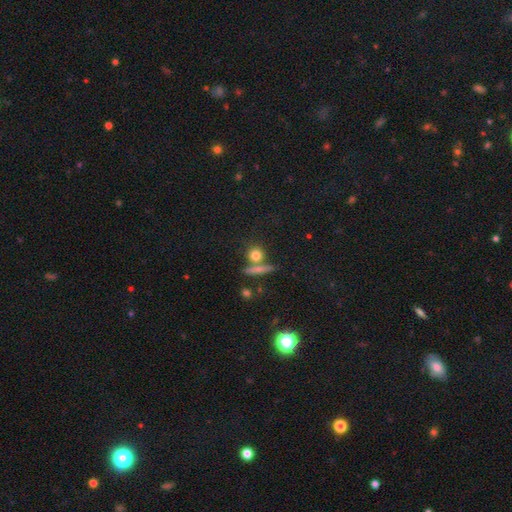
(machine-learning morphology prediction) This is likely a smooth galaxy (76%). How rounded: clearly round (80%). Merging: likely none (67%).